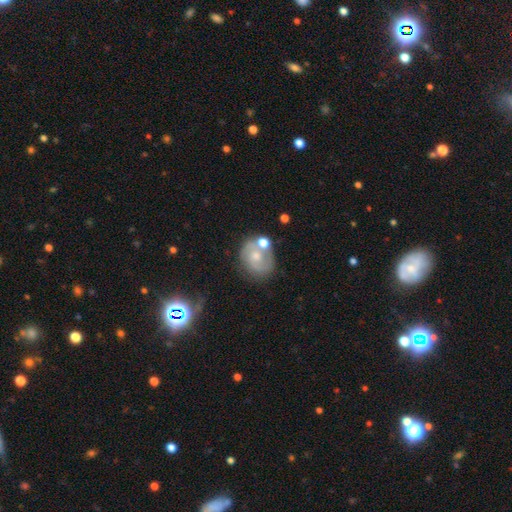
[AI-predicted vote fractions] Smooth or featured: featured or disk — 59% (smooth — 32%)
Edge-on disk: no — 97% (yes — 3%)
Bar: no — 67% (weak — 28%)
Spiral arms: yes — 76% (no — 24%)
Bulge size: moderate — 46% (small — 42%)
Merging: none — 53% (minor disturbance — 20%)